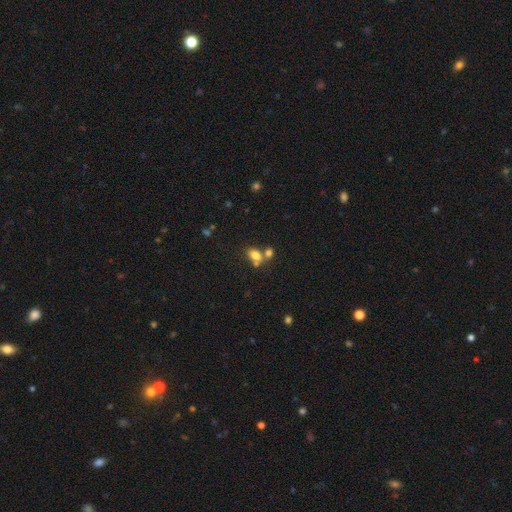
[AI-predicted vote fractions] This is likely a smooth galaxy (76%). How rounded: likely in between (76%). Merging: marginally merger (43%).